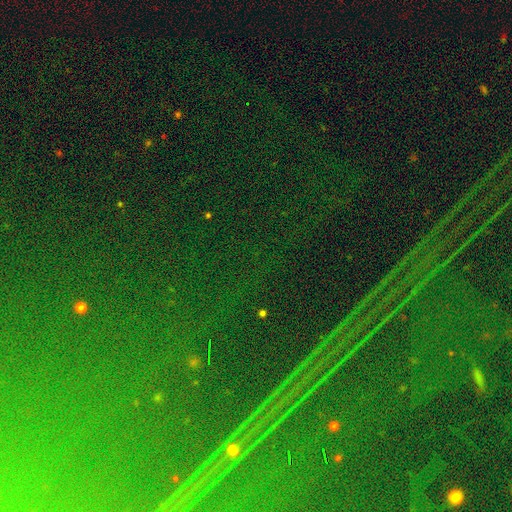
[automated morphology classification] This appears to be a star or artifact, not a galaxy (84%).